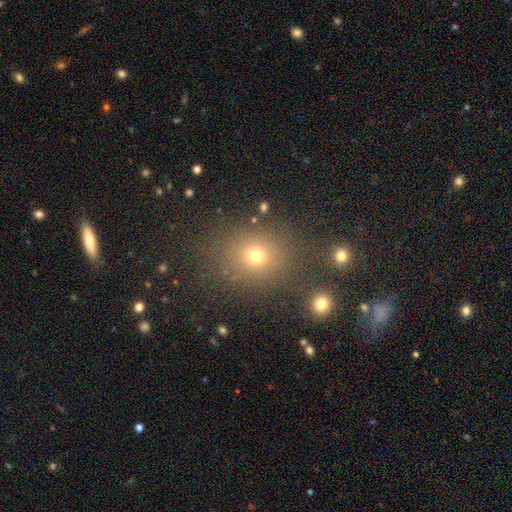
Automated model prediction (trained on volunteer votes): Smooth or featured: smooth — 68% (star or artifact — 23%)
How rounded: round — 67% (in between — 32%)
Merging: none — 80% (minor disturbance — 10%)